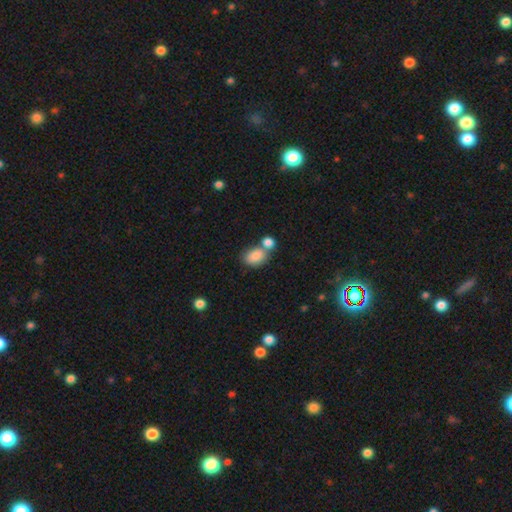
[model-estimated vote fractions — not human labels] The model was most divided on "merging": merger: 46%, none: 38%, minor disturbance: 11%, major disturbance: 4%. More confident: smooth or featured — smooth (85%); how rounded — in between (80%).